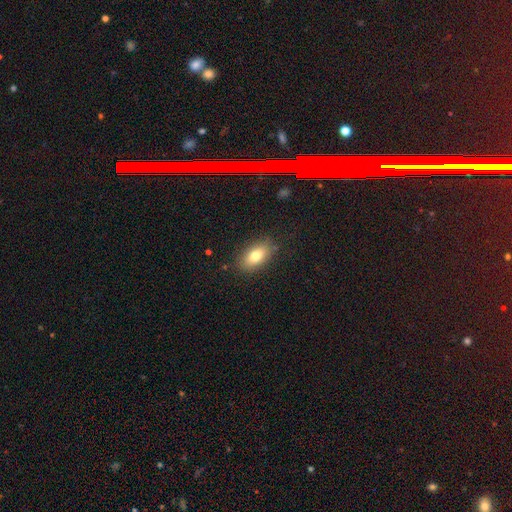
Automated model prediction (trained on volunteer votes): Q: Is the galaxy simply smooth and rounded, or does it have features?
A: smooth — 78%.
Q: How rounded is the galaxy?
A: in between — 89%.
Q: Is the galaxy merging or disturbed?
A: none — 84%.